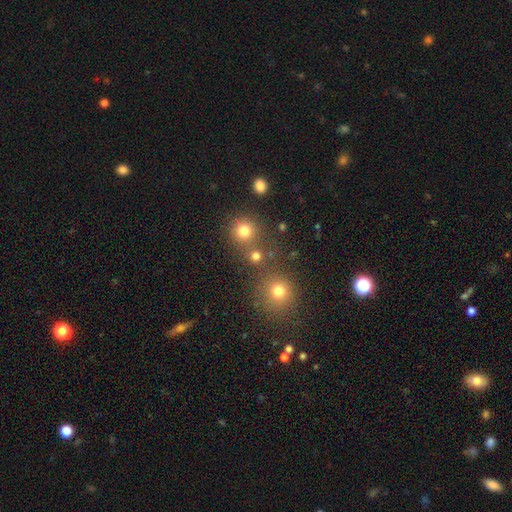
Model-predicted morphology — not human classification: Overall: smooth (70%). How rounded: round (91%). Merging: none (73%).